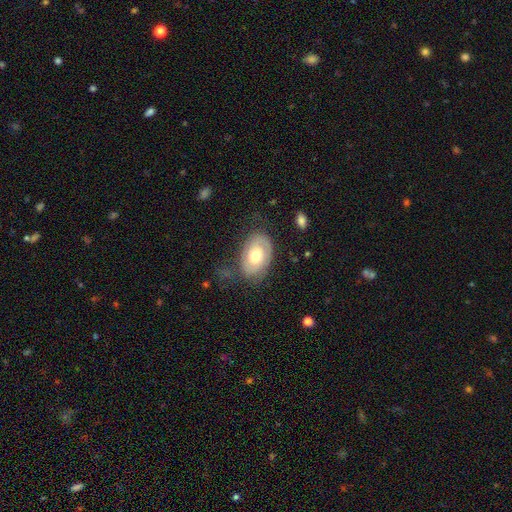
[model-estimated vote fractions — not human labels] featured or disk 52%, smooth 41%, star or artifact 6%. Down the decision tree: edge-on disk — no (94%); merging — none (65%).